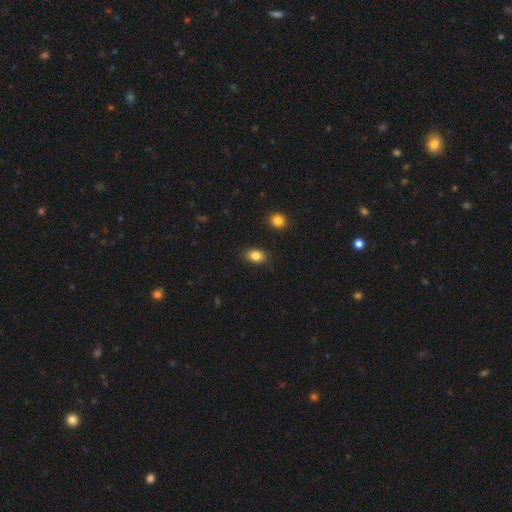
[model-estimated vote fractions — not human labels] Smooth or featured? Predicted: smooth (p=0.85). How rounded? Predicted: in between (p=0.83). Merging? Predicted: none (p=0.86).